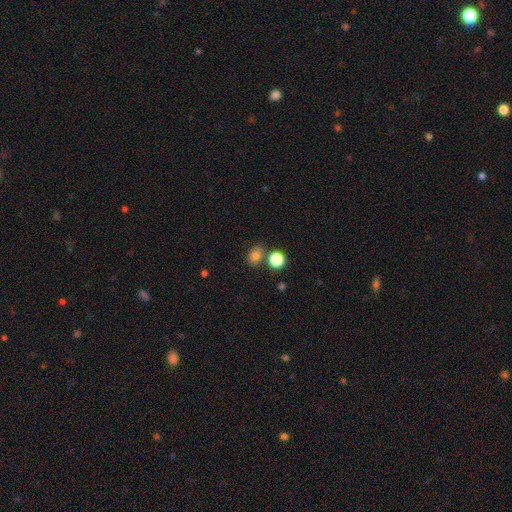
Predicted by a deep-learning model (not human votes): This appears to be a smooth galaxy with no disk features (79%) that is in between round and cigar-shaped (55%). Merging: none (70%).